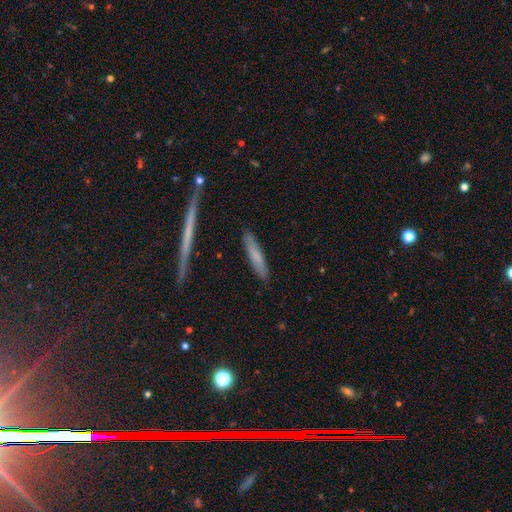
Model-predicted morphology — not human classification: Smooth or featured: smooth — 71% (featured or disk — 23%)
How rounded: cigar-shaped — 87% (in between — 11%)
Merging: none — 85% (minor disturbance — 11%)